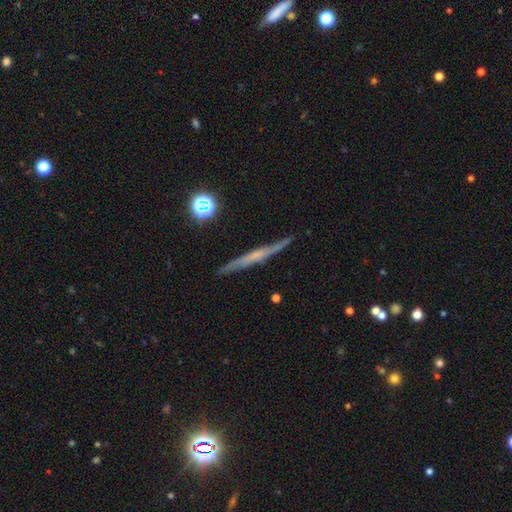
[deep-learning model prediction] smooth_or_featured: featured or disk (p=0.65) [alt: smooth p=0.27]
disk_edge_on: yes (p=0.96) [alt: no p=0.04]
edge_on_bulge: none (p=0.59) [alt: rounded p=0.31]
merging: none (p=0.87) [alt: minor disturbance p=0.09]